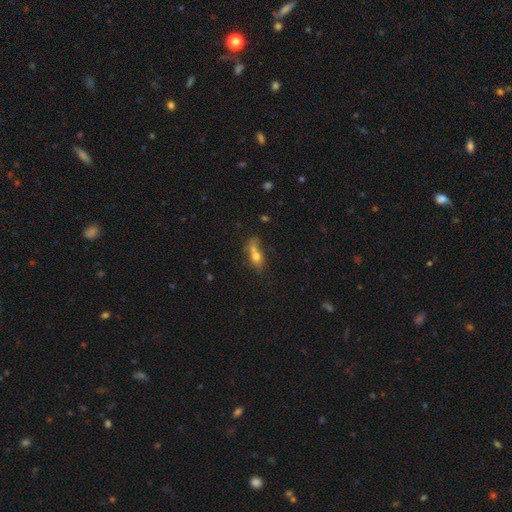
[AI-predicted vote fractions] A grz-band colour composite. It shows a smooth galaxy with no disk features (64%) that is in between round and cigar-shaped (66%). Merging: merger (40%).